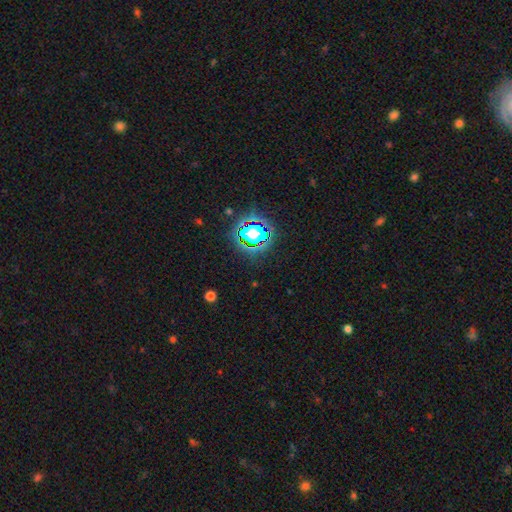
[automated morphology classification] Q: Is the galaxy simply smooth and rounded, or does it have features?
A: star or artifact — 80%.